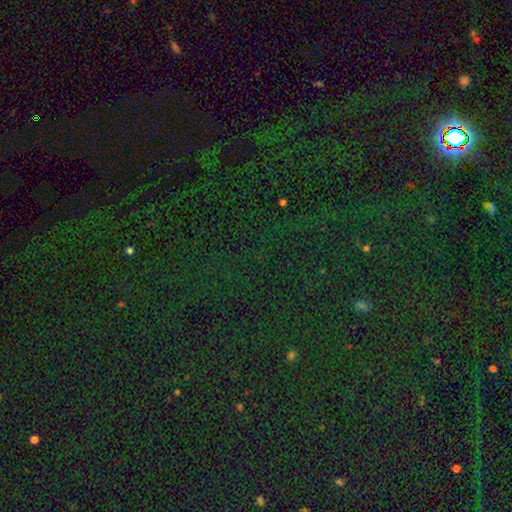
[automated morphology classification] Smooth or featured?
  - star or artifact: 81% *
  - smooth: 12%
  - featured or disk: 7%